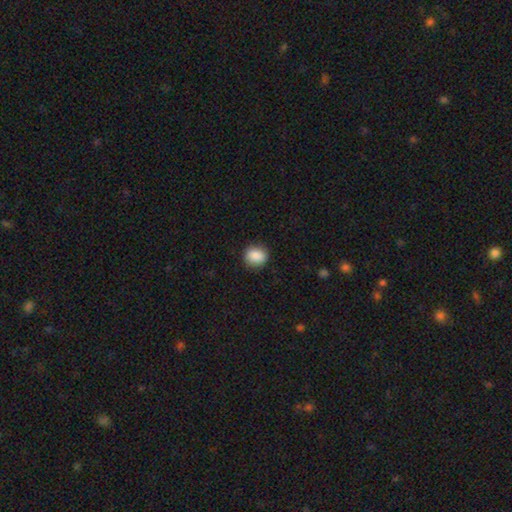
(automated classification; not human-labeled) Smooth or featured?
  - smooth: 88% *
  - star or artifact: 8%
  - featured or disk: 4%
How rounded?
  - round: 77% *
  - in between: 22%
  - cigar-shaped: 1%
Merging?
  - none: 88% *
  - minor disturbance: 9%
  - major disturbance: 2%
  - merger: 1%